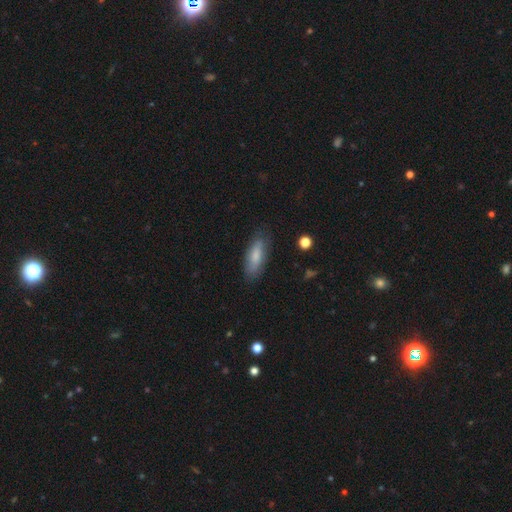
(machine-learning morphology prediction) smooth 74%, featured or disk 20%, star or artifact 6%. Down the decision tree: how rounded — in between (66%); merging — none (77%).